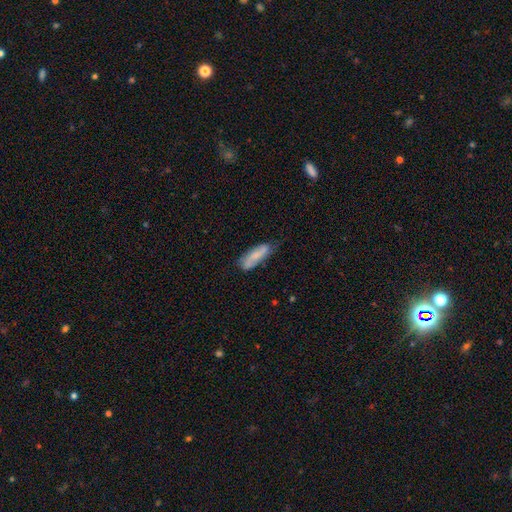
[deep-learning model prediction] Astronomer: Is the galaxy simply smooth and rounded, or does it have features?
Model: smooth — 57% (runner-up: featured or disk, 36%).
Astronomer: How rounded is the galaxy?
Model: in between — 55% (runner-up: cigar-shaped, 43%).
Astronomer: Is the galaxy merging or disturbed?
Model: none — 58%.